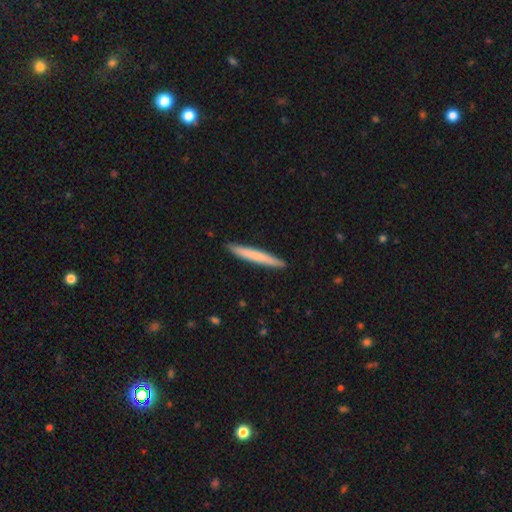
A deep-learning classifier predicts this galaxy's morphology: Smooth or featured?
  - smooth: 71% *
  - featured or disk: 24%
  - star or artifact: 5%
How rounded?
  - cigar-shaped: 97% *
  - in between: 2%
  - round: 1%
Merging?
  - none: 92% *
  - minor disturbance: 6%
  - major disturbance: 1%
  - merger: 1%